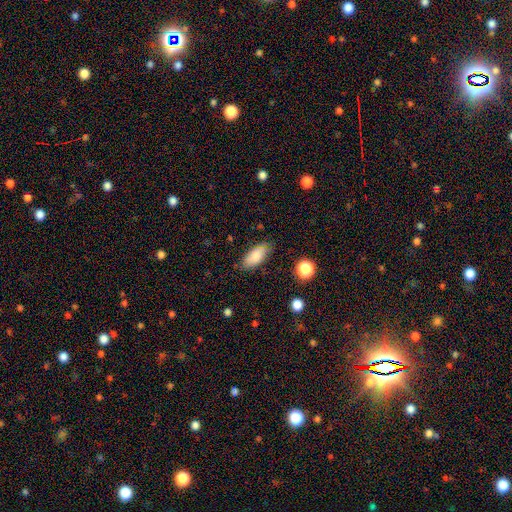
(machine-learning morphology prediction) Smooth or featured? Predicted: smooth (p=0.78). How rounded? Predicted: in between (p=0.88). Merging? Predicted: none (p=0.78).